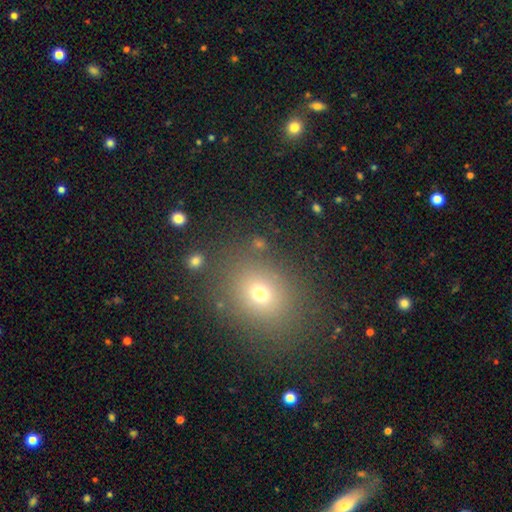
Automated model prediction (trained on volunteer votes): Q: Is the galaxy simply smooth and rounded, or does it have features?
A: smooth — 61%.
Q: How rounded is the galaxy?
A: round — 58%.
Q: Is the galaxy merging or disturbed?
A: none — 85%.